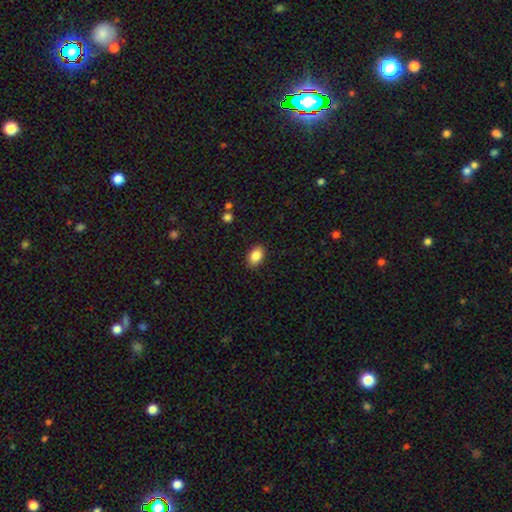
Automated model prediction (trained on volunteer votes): Overall: smooth (87%). How rounded: in between (88%). Merging: none (88%).